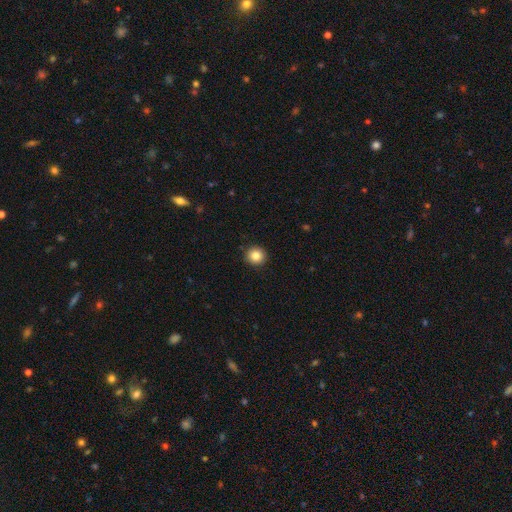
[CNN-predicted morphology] Q: Smooth or featured?
A: smooth (85%); runner-up: star or artifact (10%)
Q: How rounded?
A: round (94%); runner-up: in between (5%)
Q: Merging?
A: none (92%); runner-up: minor disturbance (5%)